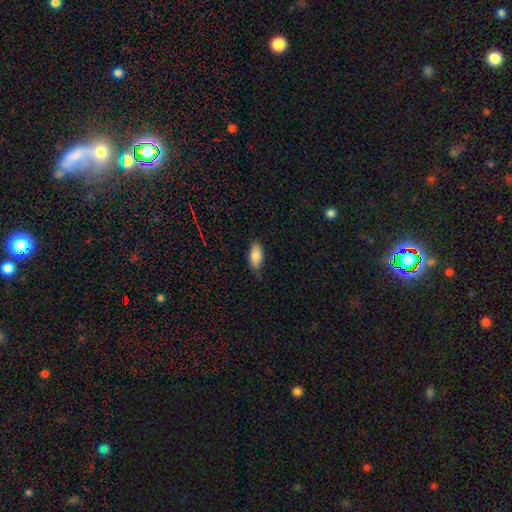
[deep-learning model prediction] Smooth or featured? Predicted: smooth (p=0.87). How rounded? Predicted: in between (p=0.90). Merging? Predicted: none (p=0.76).